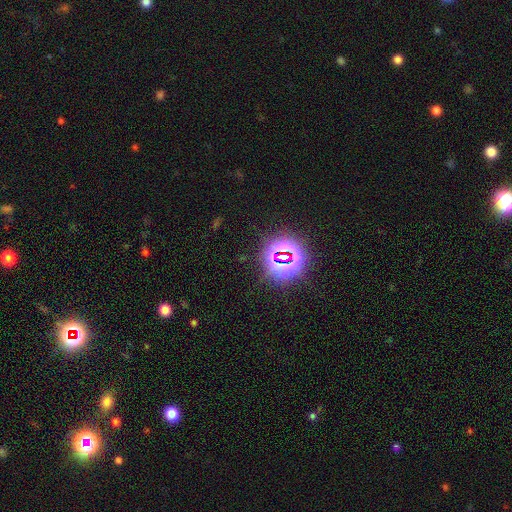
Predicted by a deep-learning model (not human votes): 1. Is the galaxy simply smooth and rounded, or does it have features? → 80% star or artifact, 14% smooth, 7% featured or disk.